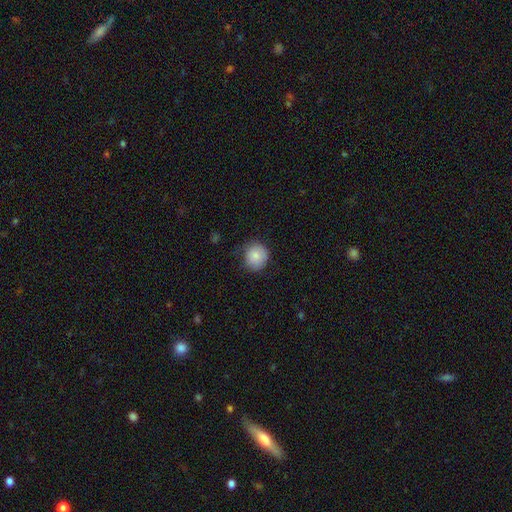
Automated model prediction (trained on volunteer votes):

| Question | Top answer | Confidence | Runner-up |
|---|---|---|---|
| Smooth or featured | smooth | 85% | star or artifact (8%) |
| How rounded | round | 86% | in between (13%) |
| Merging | none | 73% | minor disturbance (21%) |